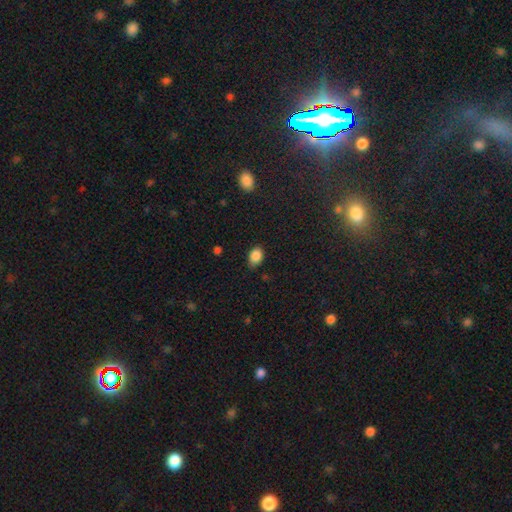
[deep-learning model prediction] A smooth galaxy with no disk features (87%) that is in between round and cigar-shaped (77%).

Vote fractions:
- Smooth or featured? smooth: 87% / star or artifact: 9% / featured or disk: 4%
- How rounded? in between: 77% / round: 21% / cigar-shaped: 1%
- Merging? none: 69% / minor disturbance: 26% / major disturbance: 4% / merger: 1%